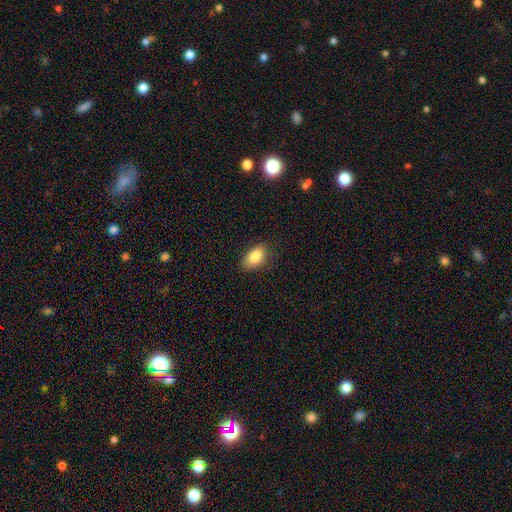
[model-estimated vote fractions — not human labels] Smooth or featured? Predicted: smooth (p=0.85). How rounded? Predicted: in between (p=0.91). Merging? Predicted: none (p=0.81).